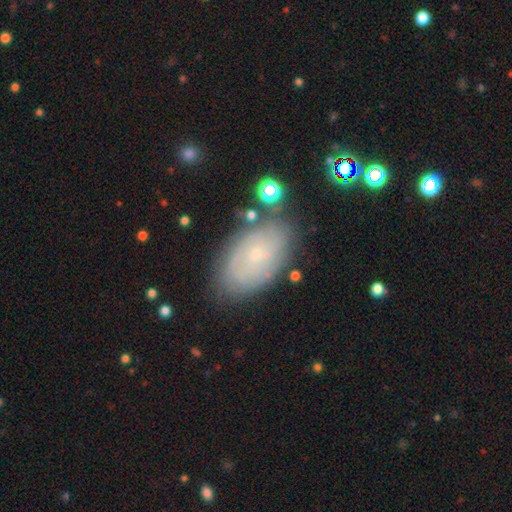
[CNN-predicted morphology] This appears to be a featured or disk galaxy (56%) with no bar (75%), spiral arms (73%) and a small central bulge (80%). Merging: none (74%).